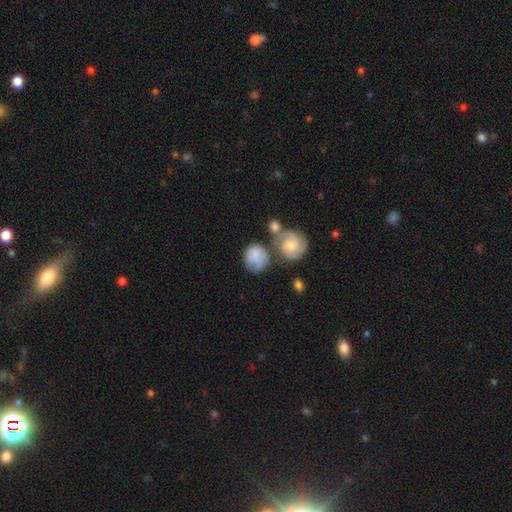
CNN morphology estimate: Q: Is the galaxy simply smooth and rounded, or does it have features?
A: smooth — 72%.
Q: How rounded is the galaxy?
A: round — 80%.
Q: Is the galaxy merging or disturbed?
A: none — 42%.